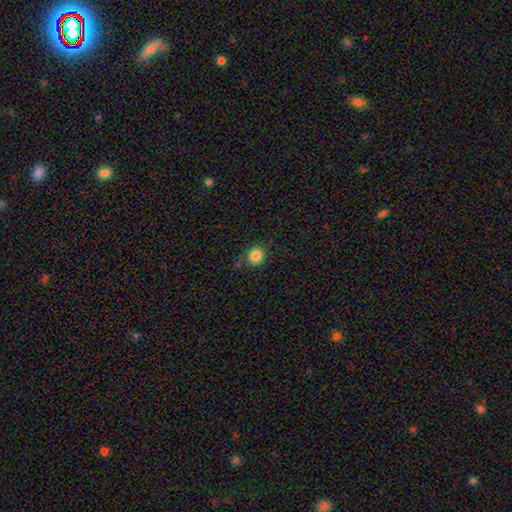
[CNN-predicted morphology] smooth-or-featured: smooth: 84% | star or artifact: 11% | featured or disk: 5%
  how-rounded: round: 78% | in between: 21% | cigar-shaped: 1%
  merging: none: 82% | minor disturbance: 12% | merger: 3% | major disturbance: 3%